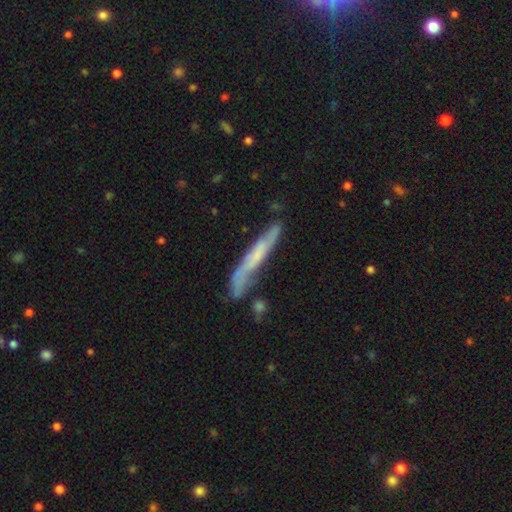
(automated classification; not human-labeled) Smooth or featured: featured or disk — 56% (smooth — 38%)
Edge-on disk: yes — 74% (no — 26%)
Merging: none — 58% (minor disturbance — 25%)